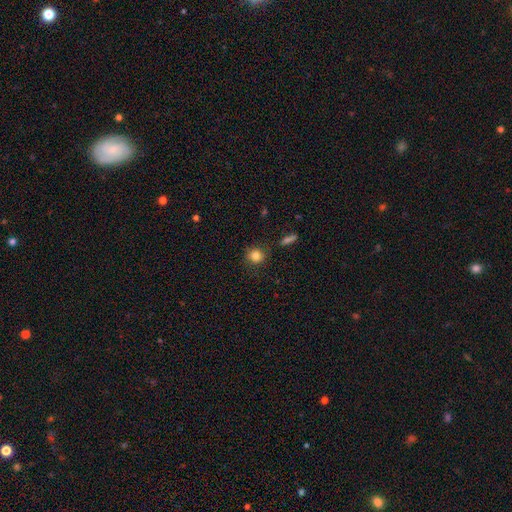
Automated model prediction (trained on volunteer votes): This appears to be a smooth galaxy with no disk features (83%) that is round (85%). Merging: none (82%).